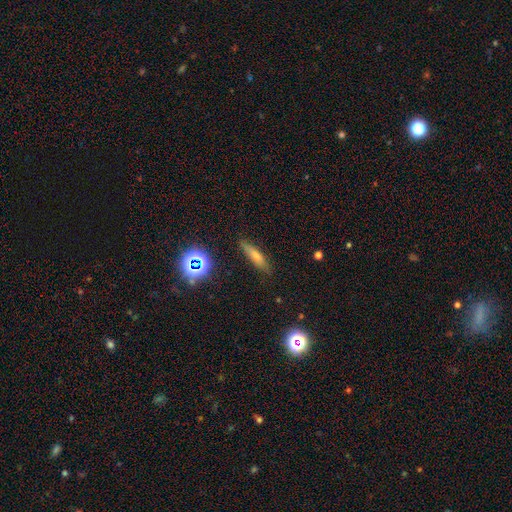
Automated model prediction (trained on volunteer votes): Smooth or featured: smooth — 66% (featured or disk — 21%)
How rounded: cigar-shaped — 74% (in between — 23%)
Merging: none — 82% (minor disturbance — 13%)